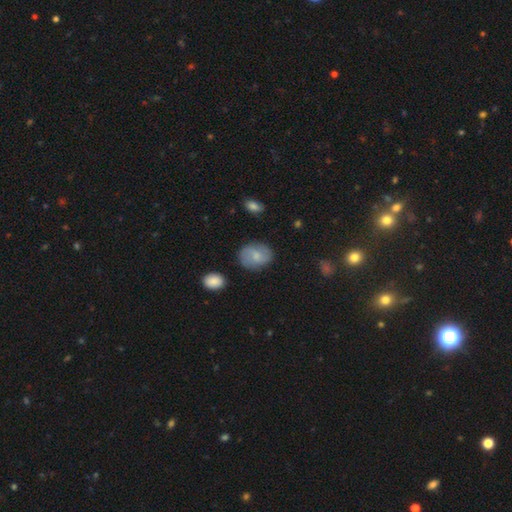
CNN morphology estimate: Smooth or featured: smooth — 62% (featured or disk — 31%)
How rounded: in between — 60% (round — 38%)
Merging: none — 79% (minor disturbance — 15%)